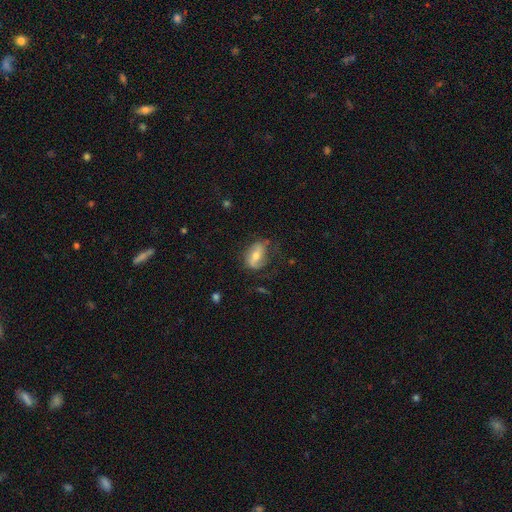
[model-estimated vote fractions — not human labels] smooth_or_featured: featured or disk (p=0.52) [alt: smooth p=0.40]
disk_edge_on: no (p=0.91) [alt: yes p=0.09]
merging: none (p=0.61) [alt: minor disturbance p=0.25]